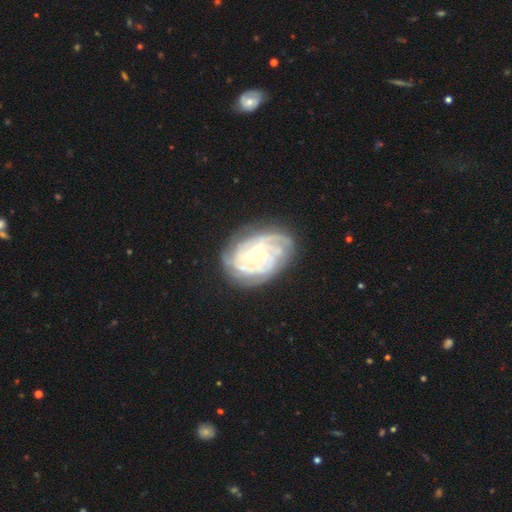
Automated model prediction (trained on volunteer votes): Smooth or featured: featured or disk — 85% (smooth — 9%)
Edge-on disk: no — 97% (yes — 3%)
Bar: no — 74% (weak — 20%)
Spiral arms: yes — 96% (no — 4%)
Spiral winding: tight — 75% (medium — 20%)
Spiral arm count: can't tell — 32% (4 — 21%)
Bulge size: small — 72% (moderate — 24%)
Merging: none — 73% (minor disturbance — 18%)